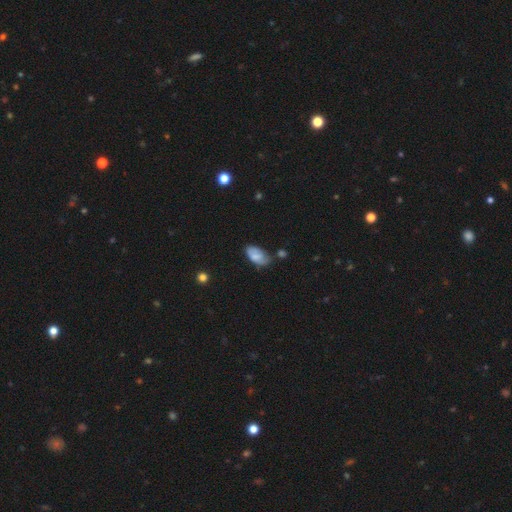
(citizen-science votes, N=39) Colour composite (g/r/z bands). It shows a smooth galaxy with no disk features (72%) that is in between round and cigar-shaped (96%). Merging: none (46%).